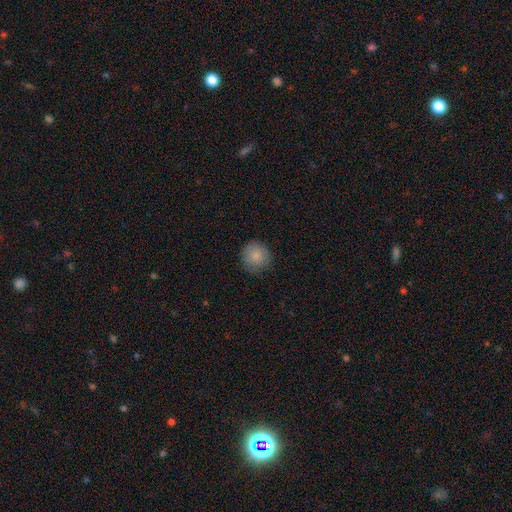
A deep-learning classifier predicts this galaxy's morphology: Smooth or featured?
  - smooth: 86% *
  - star or artifact: 8%
  - featured or disk: 6%
How rounded?
  - round: 93% *
  - in between: 7%
  - cigar-shaped: 1%
Merging?
  - none: 85% *
  - minor disturbance: 11%
  - major disturbance: 3%
  - merger: 1%